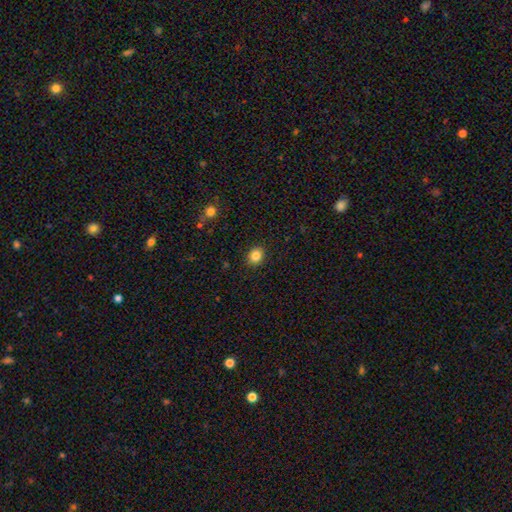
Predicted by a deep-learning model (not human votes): Q: Smooth or featured?
A: smooth (85%); runner-up: star or artifact (10%)
Q: How rounded?
A: round (59%); runner-up: in between (40%)
Q: Merging?
A: none (90%); runner-up: minor disturbance (7%)